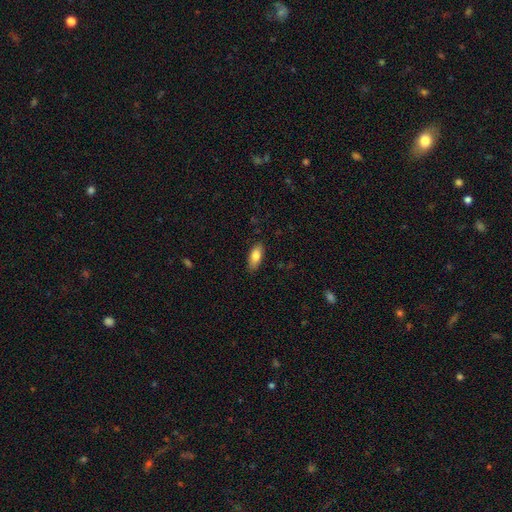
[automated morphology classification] This is clearly a smooth galaxy (82%). How rounded: clearly in between (82%). Merging: clearly none (85%).